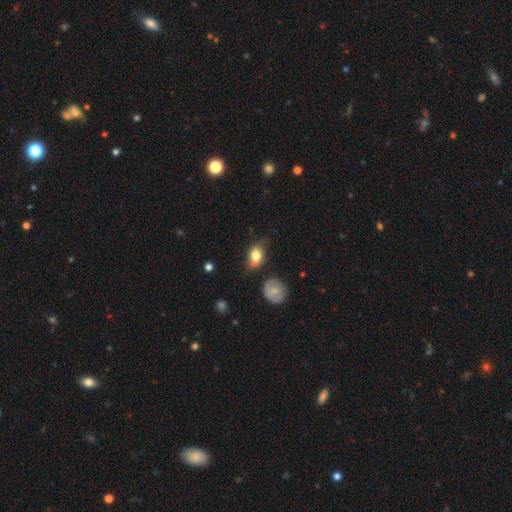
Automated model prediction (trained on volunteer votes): Smooth or featured? smooth (76%)
How rounded? in between (79%)
Merging? none (53%)